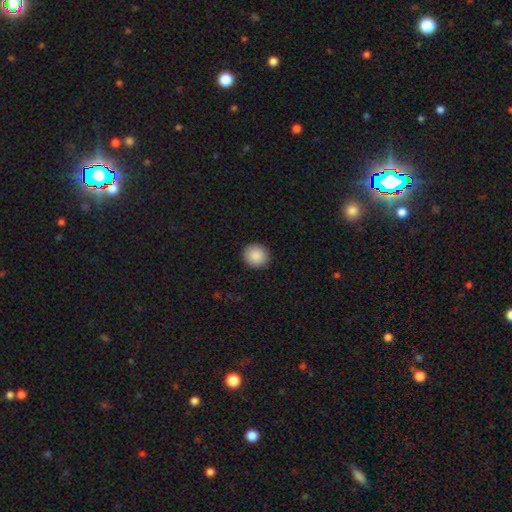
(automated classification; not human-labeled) Smooth or featured: smooth — 89% (star or artifact — 8%)
How rounded: round — 85% (in between — 14%)
Merging: none — 92% (minor disturbance — 6%)